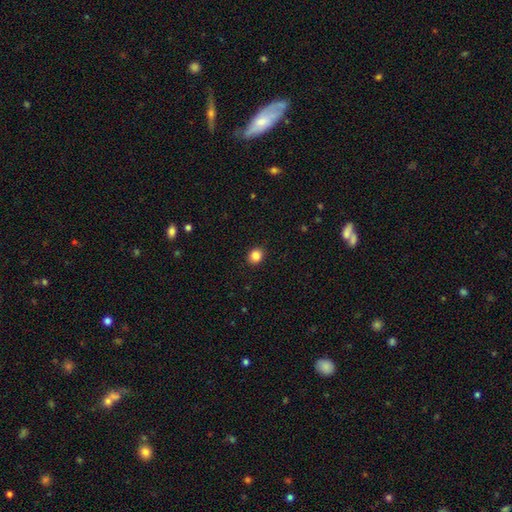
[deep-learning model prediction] A smooth galaxy with no disk features (85%) that is round (71%). Merging: none (92%).